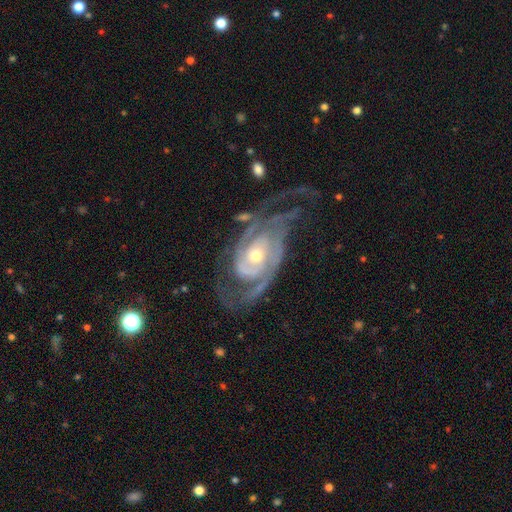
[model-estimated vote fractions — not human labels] Smooth or featured? Predicted: featured or disk (p=0.91). Edge-on disk? Predicted: no (p=0.96). Bar? Predicted: no (p=0.67). Spiral arms? Predicted: yes (p=0.97). Spiral winding? Predicted: tight (p=0.55). Spiral arm count? Predicted: 2 (p=0.43). Bulge size? Predicted: moderate (p=0.52). Merging? Predicted: none (p=0.51).